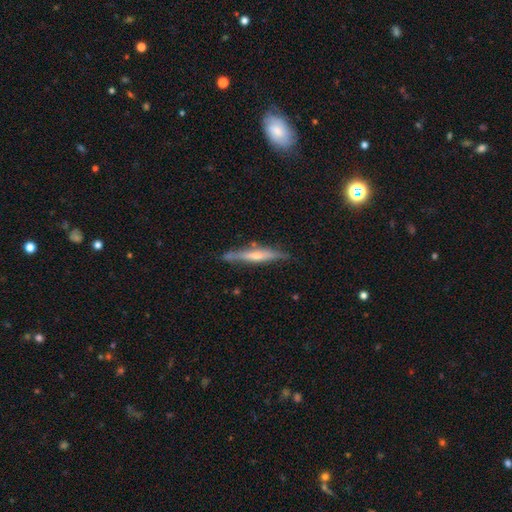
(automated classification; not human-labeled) Smooth or featured: featured or disk — 64% (smooth — 30%)
Edge-on disk: yes — 94% (no — 6%)
Edge-on bulge: rounded — 71% (none — 20%)
Merging: none — 79% (minor disturbance — 15%)